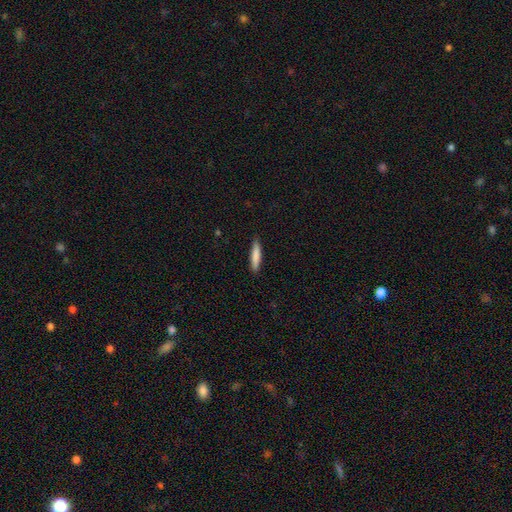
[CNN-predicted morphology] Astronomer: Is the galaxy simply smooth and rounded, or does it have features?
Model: smooth — 82%.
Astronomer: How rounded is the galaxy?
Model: cigar-shaped — 87%.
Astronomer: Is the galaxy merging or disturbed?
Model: none — 88%.